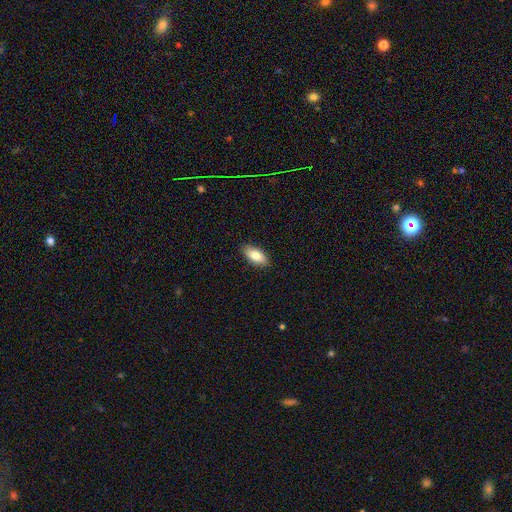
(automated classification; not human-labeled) smooth 81%, featured or disk 12%, star or artifact 7%. Down the decision tree: how rounded — in between (88%); merging — none (89%).